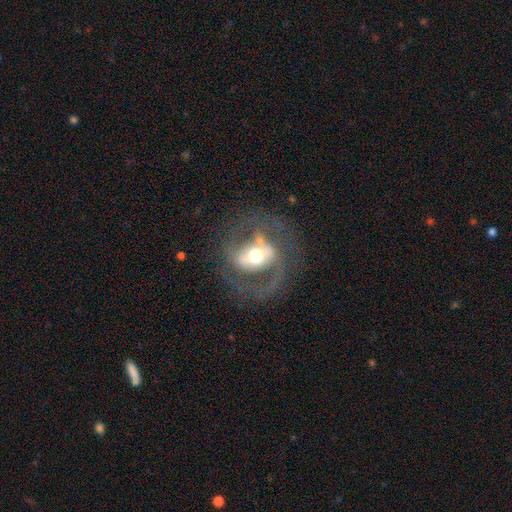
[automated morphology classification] The model was most divided on "bar": strong: 40%, no: 31%, weak: 29%. More confident: edge-on disk — no (94%); smooth or featured — featured or disk (74%); merging — none (65%); spiral arms — yes (64%); bulge size — moderate (61%).